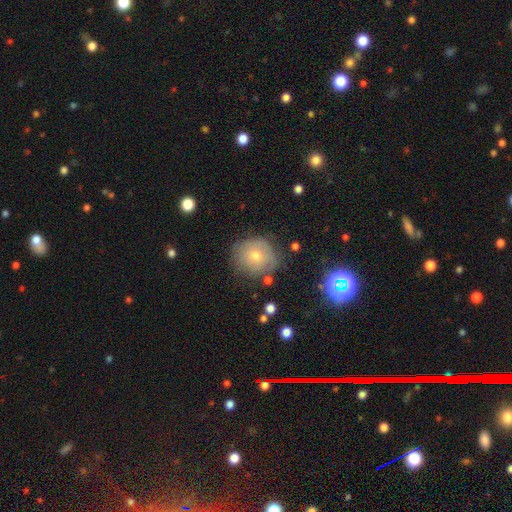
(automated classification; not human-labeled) This appears to be a smooth galaxy with no disk features (54%) that is round (85%). Merging: none (74%).